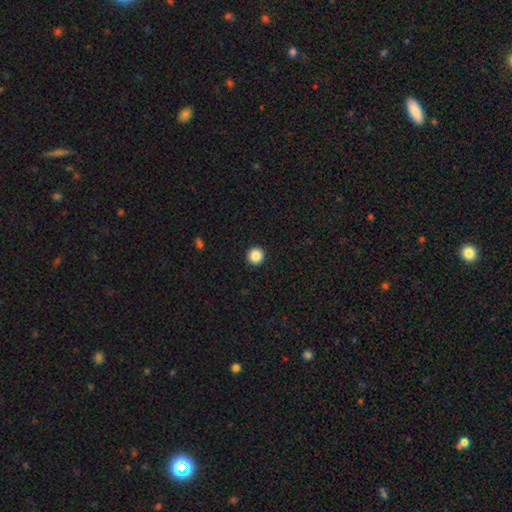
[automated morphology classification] A smooth galaxy with no disk features (87%) that is round (96%).

Vote fractions:
- Smooth or featured? smooth: 87% / star or artifact: 10% / featured or disk: 3%
- How rounded? round: 96% / in between: 3% / cigar-shaped: 1%
- Merging? none: 94% / minor disturbance: 4% / major disturbance: 1% / merger: 1%